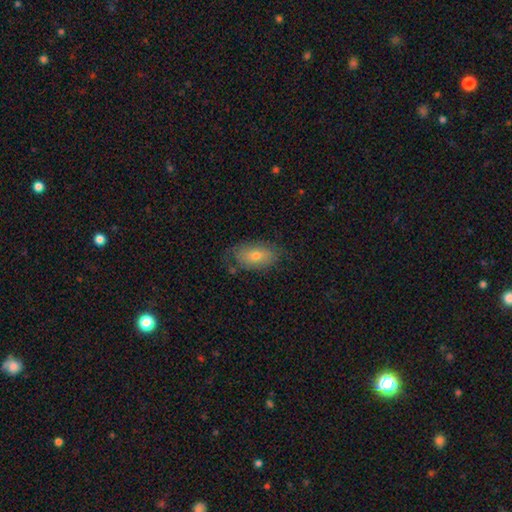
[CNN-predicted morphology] Smooth or featured? smooth (64%)
How rounded? in between (90%)
Merging? none (68%)